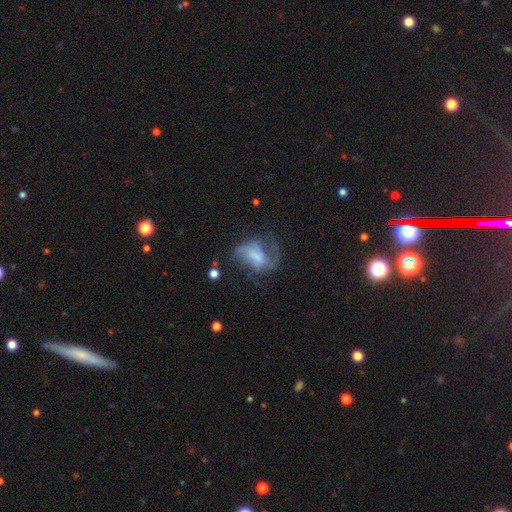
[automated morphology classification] This is likely a featured or disk galaxy (69%). It is clearly not viewed edge-on (97%). Bar: marginally weak (45%). Spiral arm pattern: clearly yes (83%). Spiral arm count: possibly 2 (51%). Spiral winding: marginally medium (43%). Central bulge: marginally none (33%). Merging: marginally none (40%).